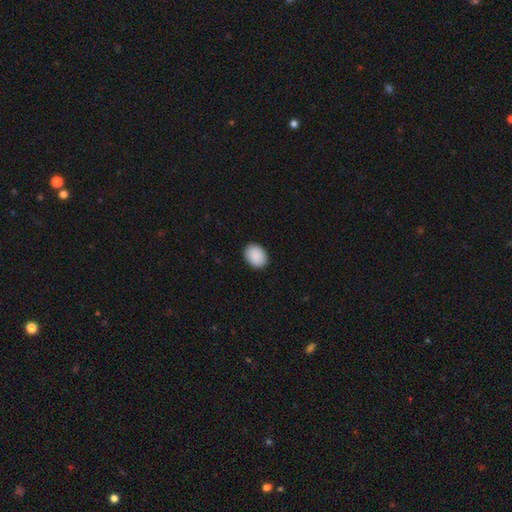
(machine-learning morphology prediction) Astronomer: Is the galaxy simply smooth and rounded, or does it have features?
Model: smooth — 91%.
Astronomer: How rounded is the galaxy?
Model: in between — 60% (runner-up: round, 39%).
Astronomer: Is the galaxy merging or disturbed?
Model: none — 90%.